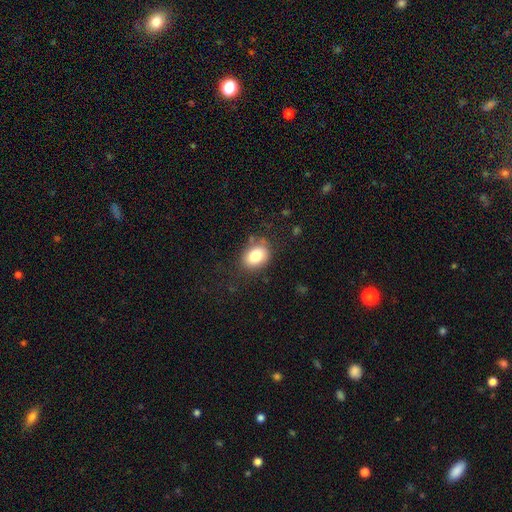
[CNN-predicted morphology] Overall: smooth (82%). How rounded: in between (66%; round 34%). Merging: none (78%).